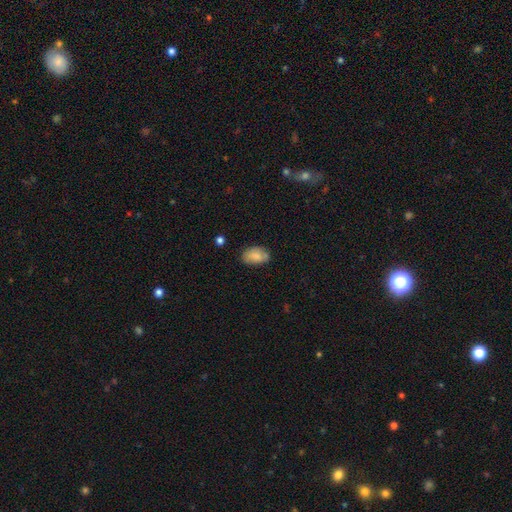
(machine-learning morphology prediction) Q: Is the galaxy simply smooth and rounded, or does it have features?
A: smooth — 81%.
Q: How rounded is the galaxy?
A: in between — 90%.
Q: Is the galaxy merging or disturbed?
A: none — 66%.